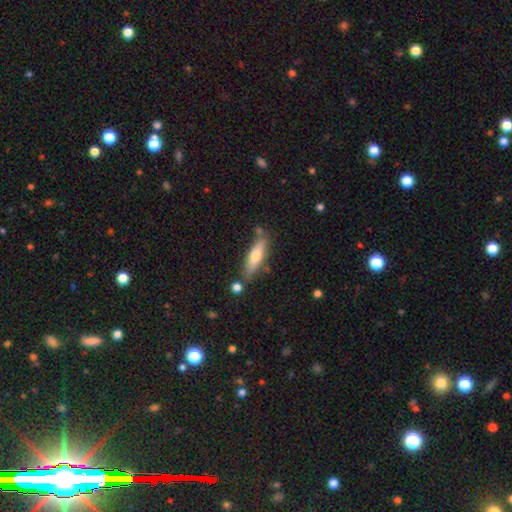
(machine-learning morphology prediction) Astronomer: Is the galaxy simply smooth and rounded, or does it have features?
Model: smooth — 54% (runner-up: featured or disk, 40%).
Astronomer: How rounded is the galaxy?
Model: cigar-shaped — 72%.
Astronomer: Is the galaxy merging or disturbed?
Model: none — 73%.